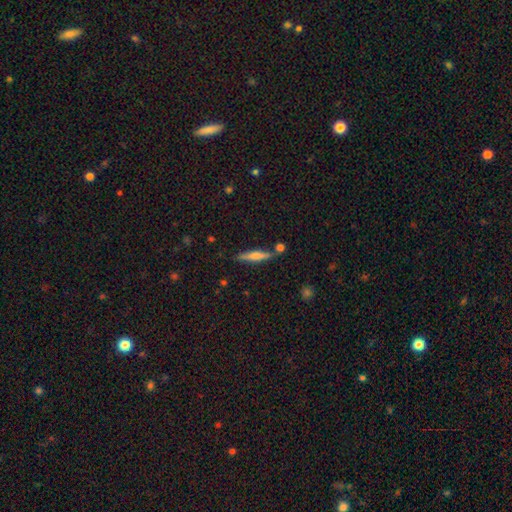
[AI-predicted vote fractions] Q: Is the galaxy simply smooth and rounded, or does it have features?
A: featured or disk — 48%.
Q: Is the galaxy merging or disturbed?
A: none — 81%.